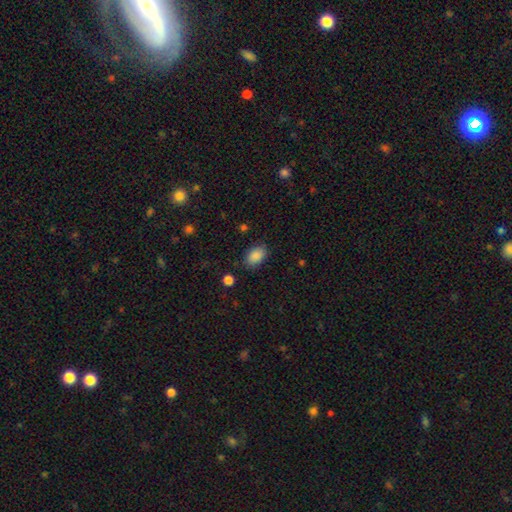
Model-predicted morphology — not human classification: The model was most divided on "merging": none: 84%, minor disturbance: 12%, major disturbance: 3%, merger: 1%. More confident: smooth or featured — smooth (88%); how rounded — in between (87%).